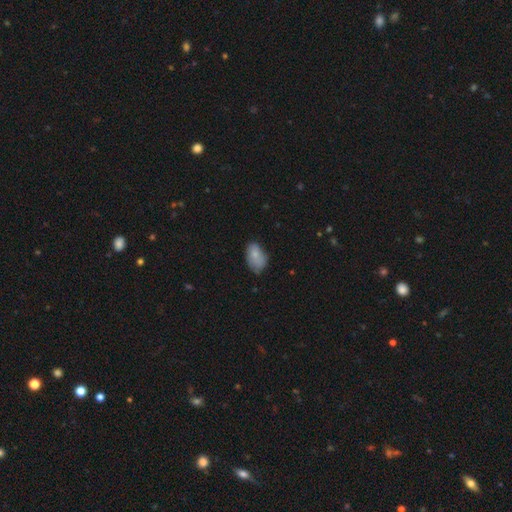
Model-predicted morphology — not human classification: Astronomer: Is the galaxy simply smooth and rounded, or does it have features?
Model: smooth — 77%.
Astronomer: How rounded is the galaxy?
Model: in between — 91%.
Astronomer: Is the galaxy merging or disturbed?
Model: none — 53% (runner-up: minor disturbance, 36%).